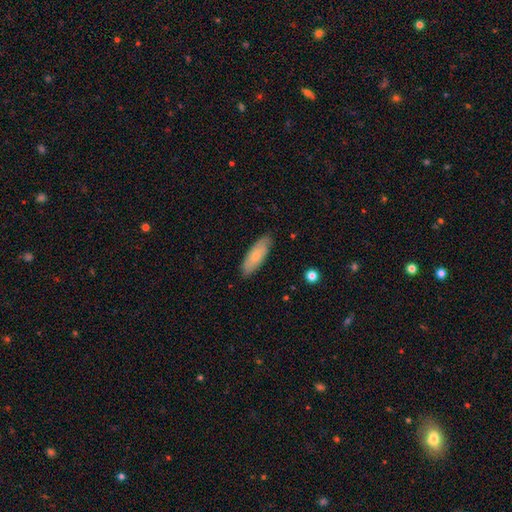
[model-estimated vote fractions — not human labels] smooth-or-featured: smooth: 69% | featured or disk: 25% | star or artifact: 6%
  how-rounded: in between: 61% | cigar-shaped: 37% | round: 2%
  merging: none: 83% | minor disturbance: 14% | major disturbance: 2% | merger: 1%